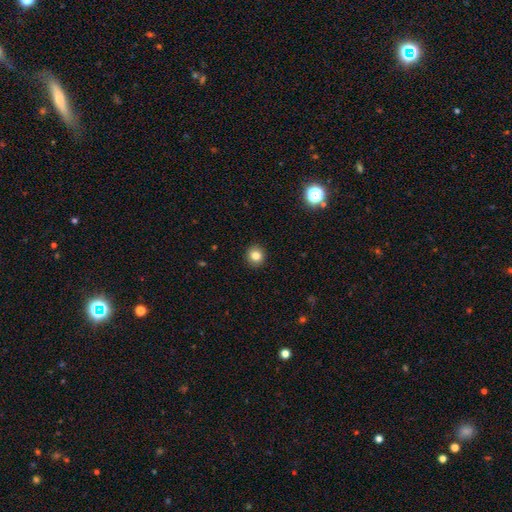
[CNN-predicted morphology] A smooth galaxy with no disk features (83%) that is round (89%). Merging: none (92%).